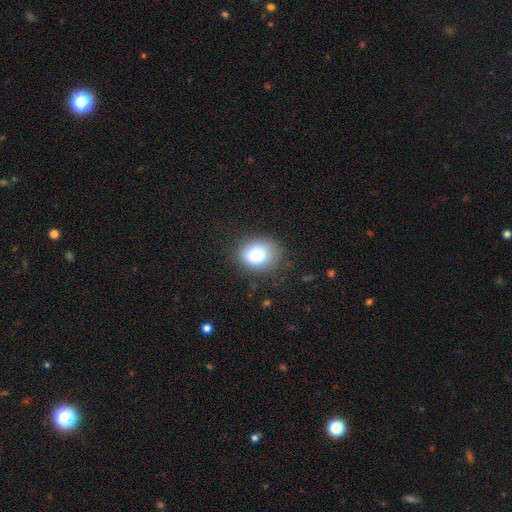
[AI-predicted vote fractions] smooth_or_featured: smooth (p=0.81) [alt: star or artifact p=0.10]
how_rounded: round (p=0.53) [alt: in between p=0.46]
merging: none (p=0.79) [alt: minor disturbance p=0.15]